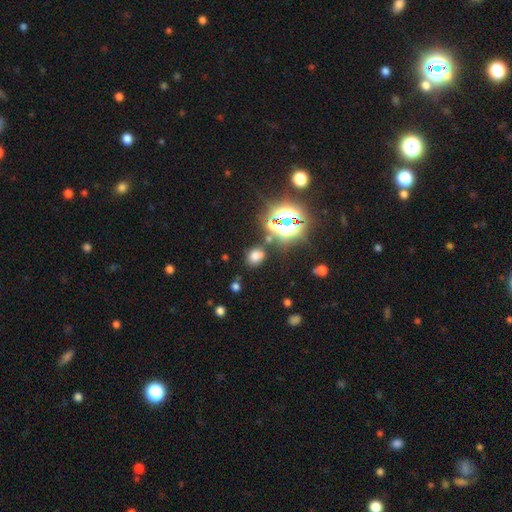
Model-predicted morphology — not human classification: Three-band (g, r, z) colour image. It shows a smooth galaxy with no disk features (64%) that is round (52%). Merging: none (73%).